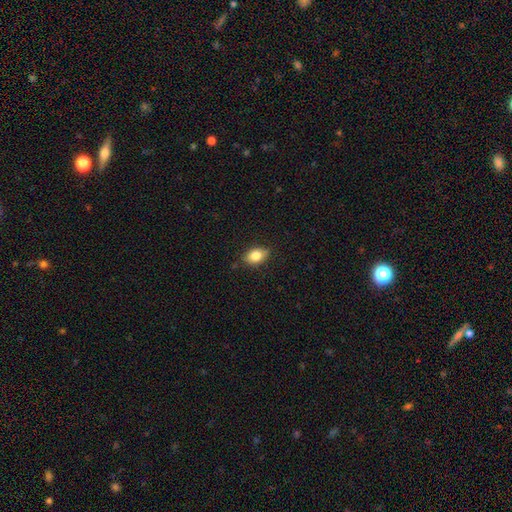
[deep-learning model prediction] smooth 83%, featured or disk 8%, star or artifact 8%. Down the decision tree: how rounded — in between (82%); merging — none (81%).